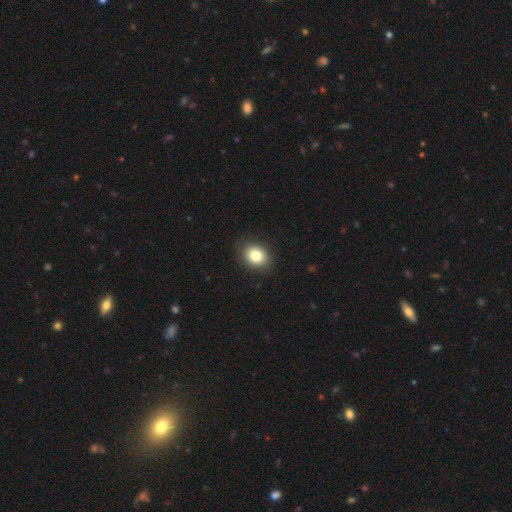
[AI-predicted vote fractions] Q: Smooth or featured?
A: smooth (81%); runner-up: star or artifact (10%)
Q: How rounded?
A: round (51%); runner-up: in between (48%)
Q: Merging?
A: none (88%); runner-up: minor disturbance (8%)